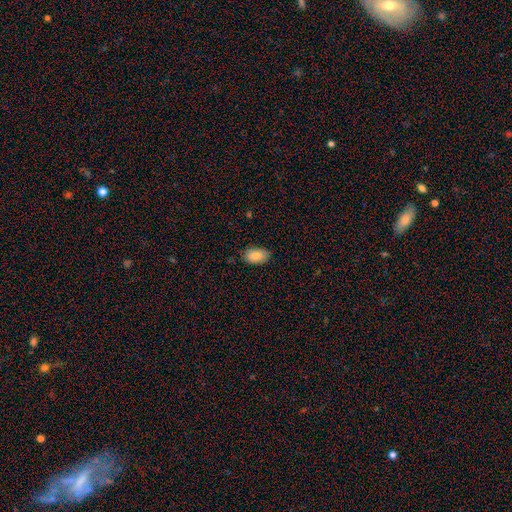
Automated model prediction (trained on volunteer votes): Q: Smooth or featured?
A: smooth (85%); runner-up: featured or disk (8%)
Q: How rounded?
A: in between (93%); runner-up: round (6%)
Q: Merging?
A: none (83%); runner-up: minor disturbance (14%)